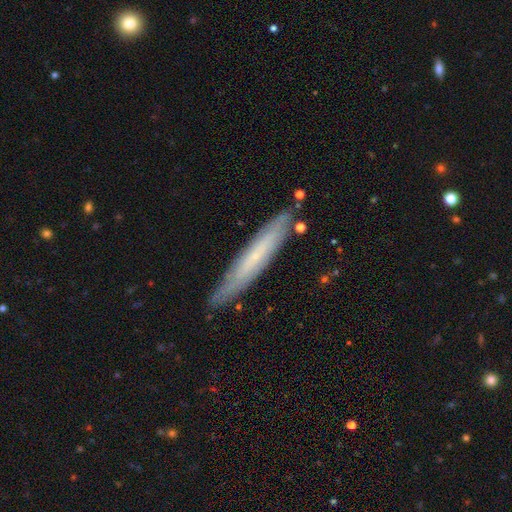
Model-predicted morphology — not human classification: Smooth or featured: featured or disk — 48% (smooth — 45%)
Merging: none — 83% (minor disturbance — 13%)